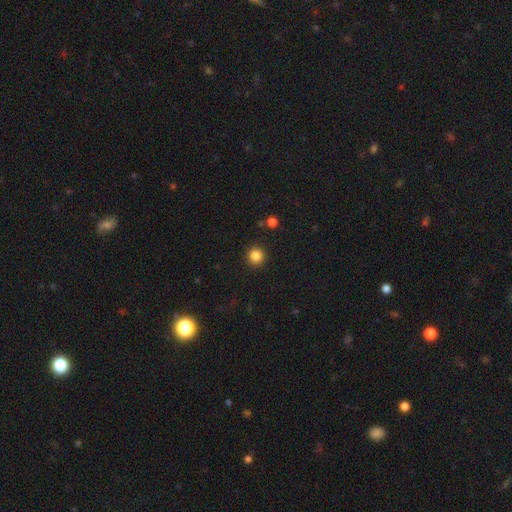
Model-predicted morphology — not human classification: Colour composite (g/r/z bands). It shows a smooth galaxy with no disk features (84%) that is round (95%). Merging: none (92%).